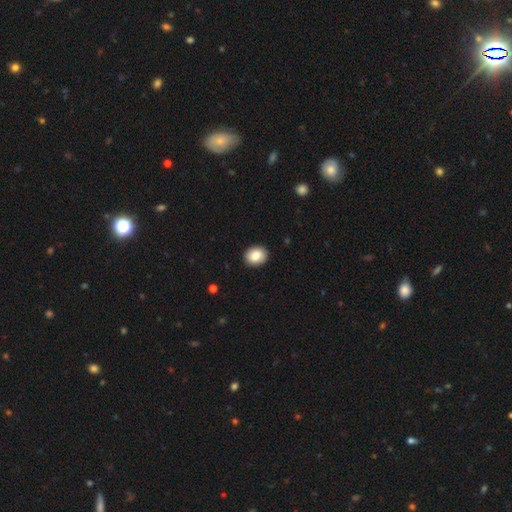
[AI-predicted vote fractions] smooth_or_featured: smooth (p=0.83) [alt: featured or disk p=0.09]
how_rounded: round (p=0.58) [alt: in between p=0.41]
merging: none (p=0.90) [alt: minor disturbance p=0.07]